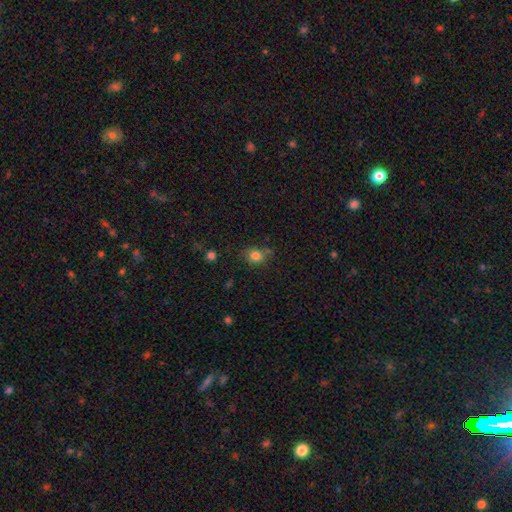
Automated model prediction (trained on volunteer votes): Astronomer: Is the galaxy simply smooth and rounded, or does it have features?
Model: smooth — 81%.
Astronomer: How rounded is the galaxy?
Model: round — 74%.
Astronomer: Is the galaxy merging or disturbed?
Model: none — 70%.